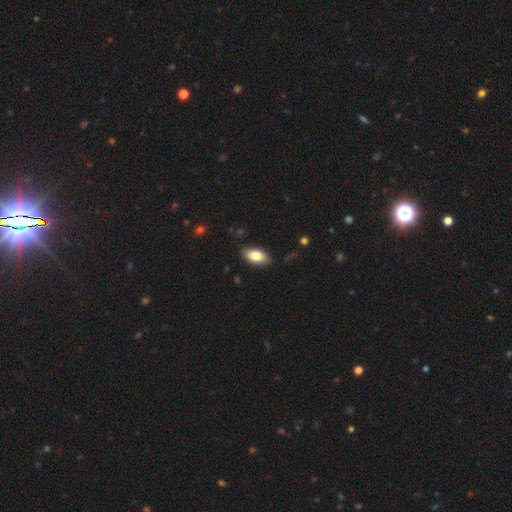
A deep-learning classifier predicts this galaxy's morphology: Smooth or featured? Predicted: smooth (p=0.85). How rounded? Predicted: in between (p=0.93). Merging? Predicted: none (p=0.87).